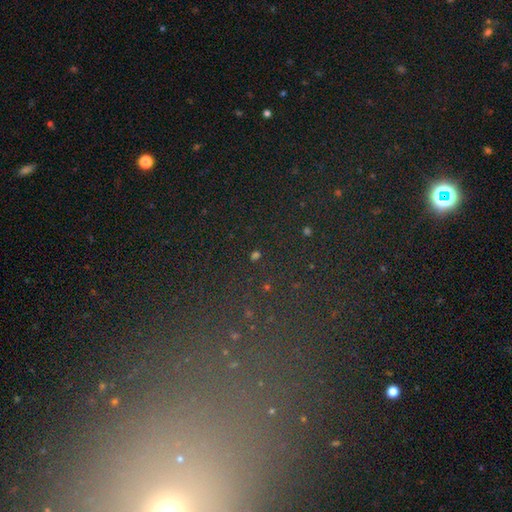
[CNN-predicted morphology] This is likely a star or artifact rather than a galaxy (68%).